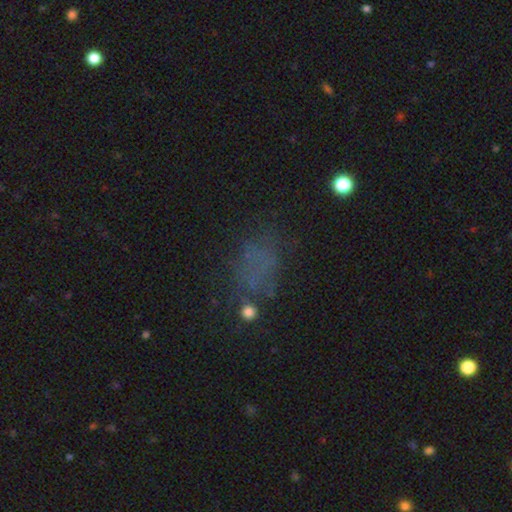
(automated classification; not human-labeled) Smooth or featured? Predicted: smooth (p=0.48). Merging? Predicted: none (p=0.57).